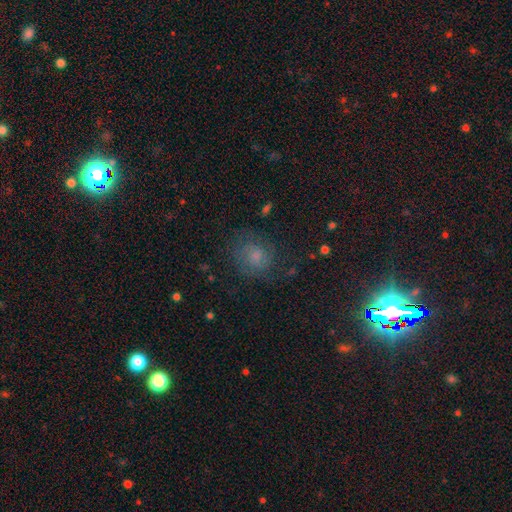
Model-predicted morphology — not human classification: This is marginally a smooth galaxy (41%). Merging: likely none (72%).